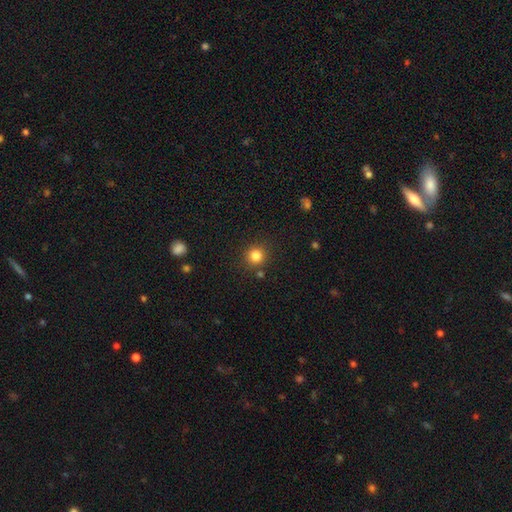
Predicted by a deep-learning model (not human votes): Smooth or featured?
  - smooth: 83% *
  - star or artifact: 13%
  - featured or disk: 5%
How rounded?
  - round: 91% *
  - in between: 8%
  - cigar-shaped: 1%
Merging?
  - none: 85% *
  - minor disturbance: 8%
  - merger: 4%
  - major disturbance: 3%